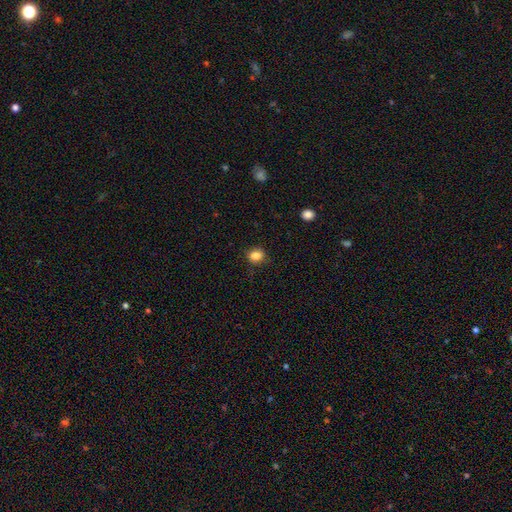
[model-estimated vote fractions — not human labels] Morphology: type=smooth (85%); roundness=round (50%); merging=none (80%).